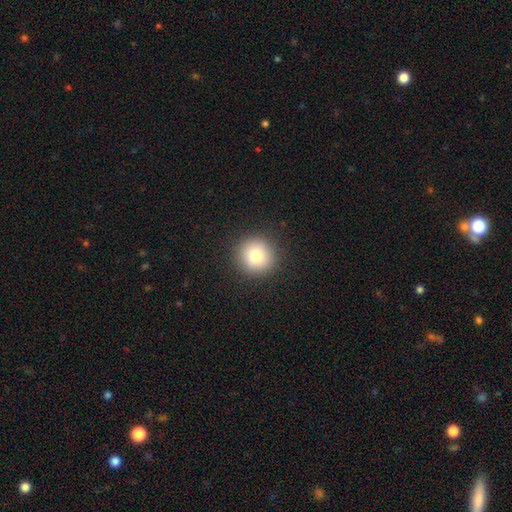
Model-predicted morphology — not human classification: type=smooth (80%); roundness=round (94%); merging=none (91%).